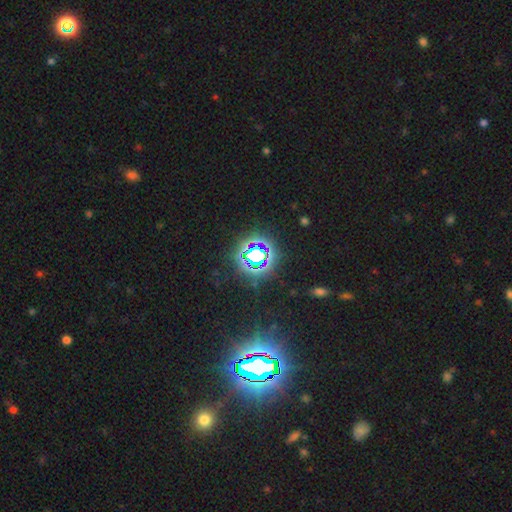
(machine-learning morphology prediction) smooth-or-featured: star or artifact: 75% | smooth: 15% | featured or disk: 10%